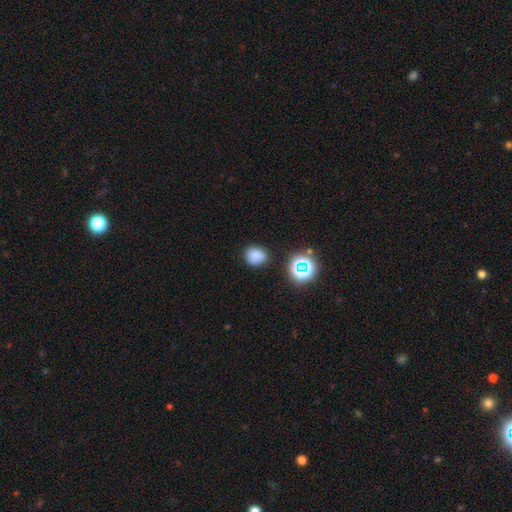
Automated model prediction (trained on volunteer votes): A smooth galaxy with no disk features (78%) that is round (72%). Merging: none (82%).